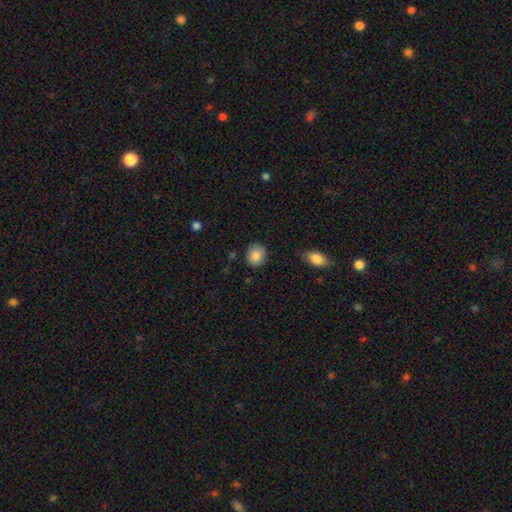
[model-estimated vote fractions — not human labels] Morphology: type=smooth (84%); roundness=round (76%); merging=none (85%).